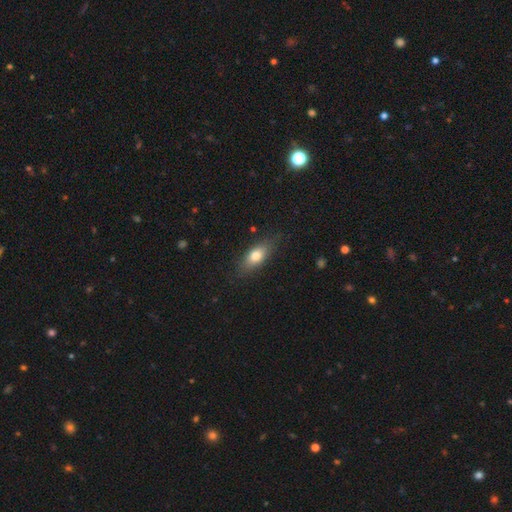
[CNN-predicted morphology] Smooth or featured: smooth — 76% (featured or disk — 17%)
How rounded: in between — 80% (cigar-shaped — 15%)
Merging: none — 79% (minor disturbance — 16%)